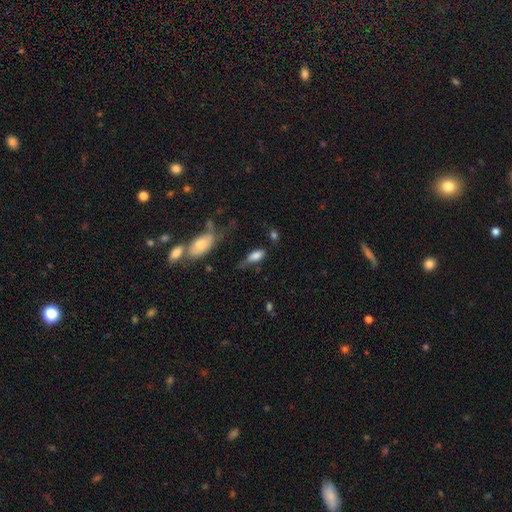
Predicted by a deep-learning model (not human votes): The model was most divided on "merging": none: 41%, minor disturbance: 34%, major disturbance: 19%, merger: 7%. More confident: how rounded — in between (83%); smooth or featured — smooth (78%).